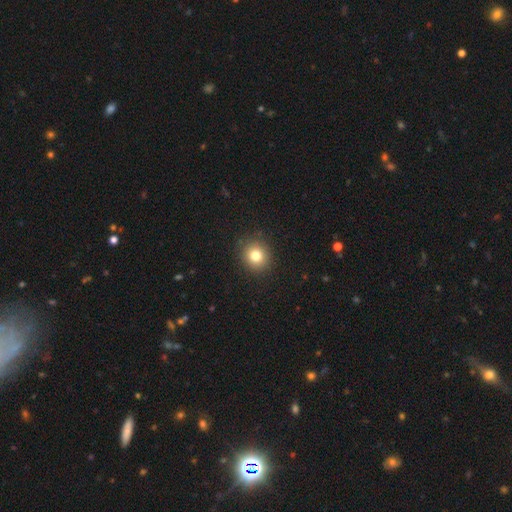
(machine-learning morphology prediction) Overall: smooth (79%). How rounded: round (89%). Merging: none (91%).